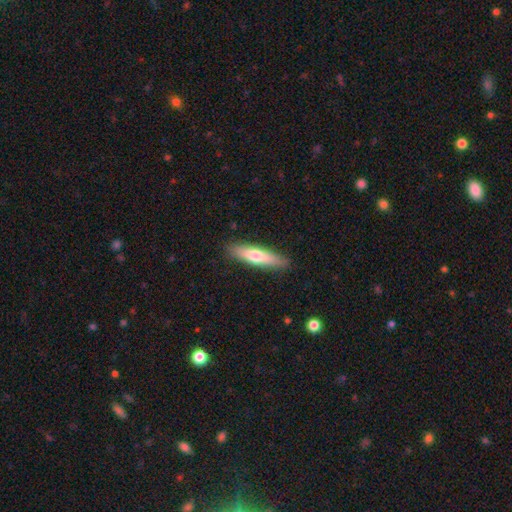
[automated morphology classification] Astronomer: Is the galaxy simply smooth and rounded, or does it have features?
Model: smooth — 63%.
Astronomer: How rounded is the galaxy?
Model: cigar-shaped — 78%.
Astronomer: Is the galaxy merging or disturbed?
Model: none — 87%.